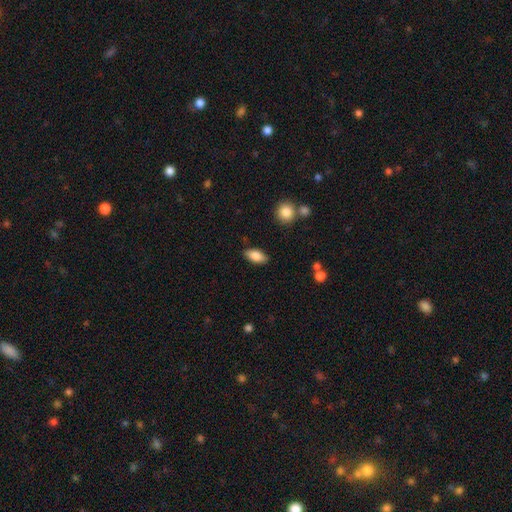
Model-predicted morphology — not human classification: Overall: smooth (82%). How rounded: in between (89%). Merging: none (86%).